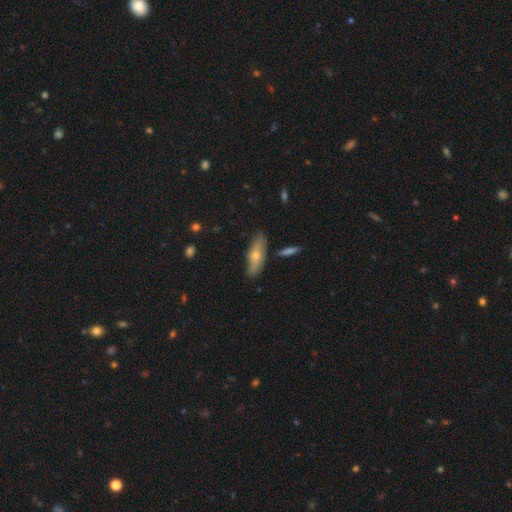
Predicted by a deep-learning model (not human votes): Smooth or featured? smooth (60%)
How rounded? in between (63%)
Merging? none (74%)